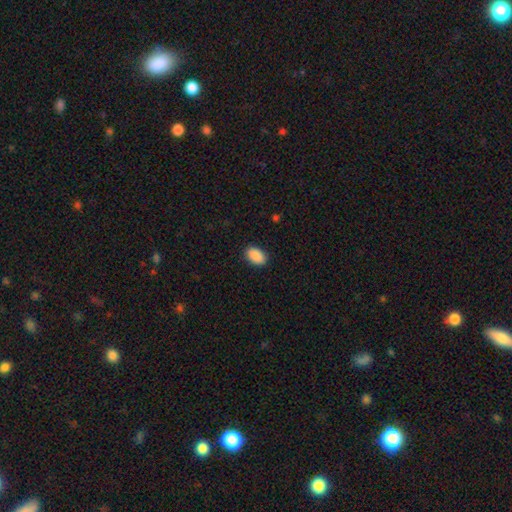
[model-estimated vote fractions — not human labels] Smooth or featured: smooth — 91% (star or artifact — 7%)
How rounded: in between — 92% (round — 7%)
Merging: none — 88% (minor disturbance — 9%)